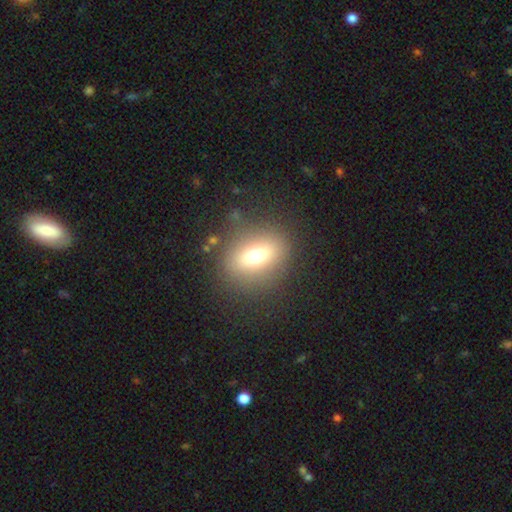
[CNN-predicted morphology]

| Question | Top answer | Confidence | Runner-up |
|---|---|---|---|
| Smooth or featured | smooth | 64% | featured or disk (23%) |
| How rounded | in between | 60% | round (34%) |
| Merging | none | 82% | minor disturbance (10%) |